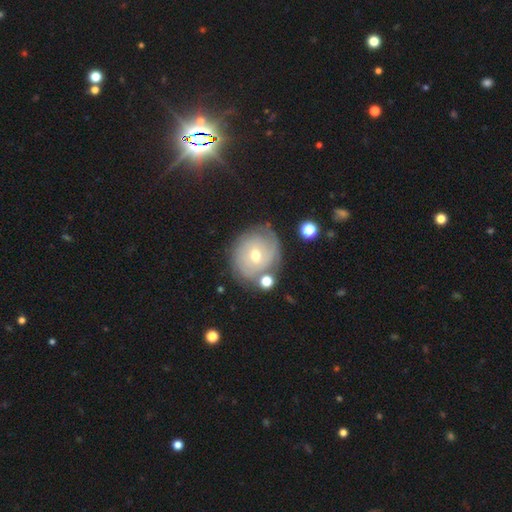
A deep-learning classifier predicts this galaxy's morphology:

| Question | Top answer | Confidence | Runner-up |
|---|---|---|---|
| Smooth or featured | featured or disk | 64% | smooth (27%) |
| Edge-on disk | no | 96% | yes (4%) |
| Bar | no | 64% | weak (30%) |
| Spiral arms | yes | 79% | no (21%) |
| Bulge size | moderate | 61% | small (34%) |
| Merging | none | 70% | minor disturbance (18%) |